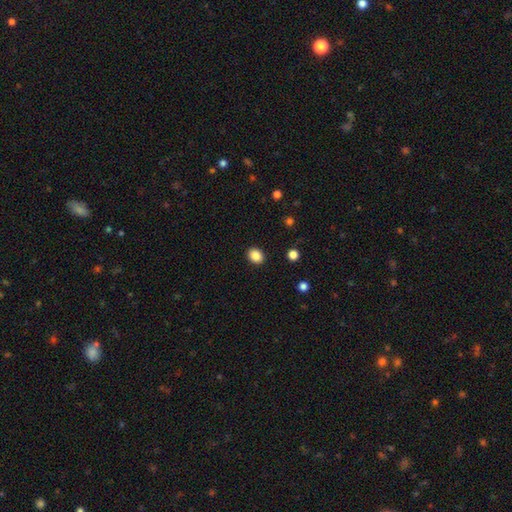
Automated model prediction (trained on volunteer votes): This is clearly a smooth galaxy (87%). How rounded: possibly round (55%). Merging: clearly none (91%).